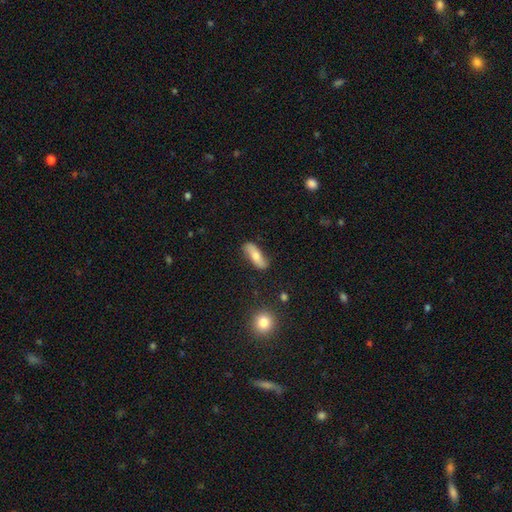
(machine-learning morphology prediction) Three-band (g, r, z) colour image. It shows a smooth galaxy with no disk features (60%) that is in between round and cigar-shaped (56%). Merging: none (79%).